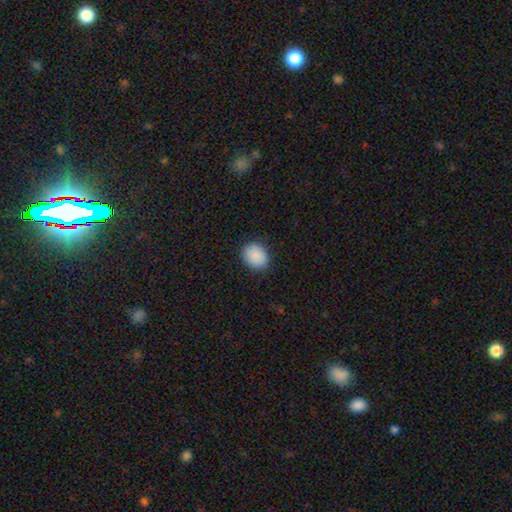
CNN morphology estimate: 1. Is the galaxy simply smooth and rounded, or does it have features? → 90% smooth, 7% star or artifact, 3% featured or disk.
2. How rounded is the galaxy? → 51% round, 48% in between, 1% cigar-shaped.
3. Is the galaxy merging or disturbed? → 87% none, 10% minor disturbance, 2% major disturbance, 1% merger.